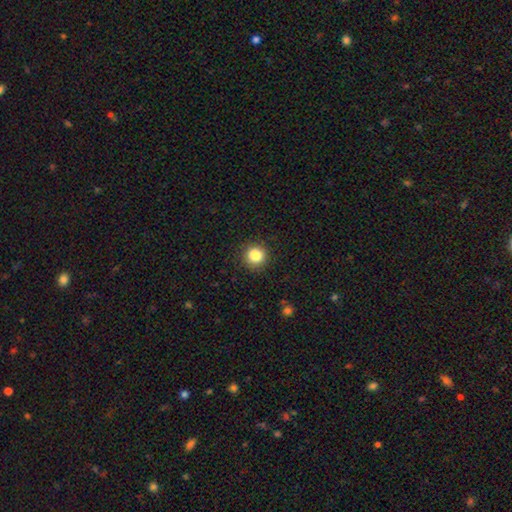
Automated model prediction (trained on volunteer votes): Q: Smooth or featured?
A: smooth (85%); runner-up: star or artifact (11%)
Q: How rounded?
A: round (91%); runner-up: in between (9%)
Q: Merging?
A: none (90%); runner-up: minor disturbance (7%)